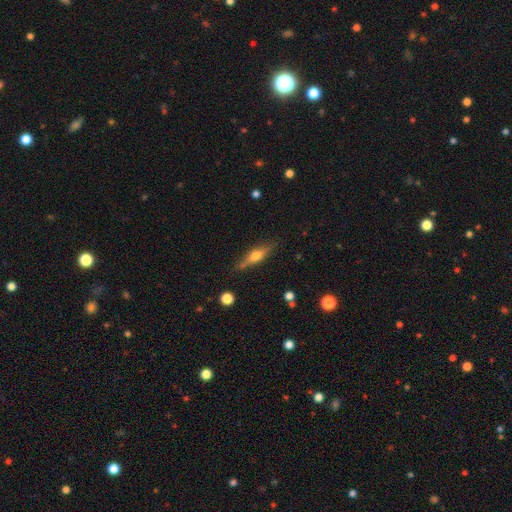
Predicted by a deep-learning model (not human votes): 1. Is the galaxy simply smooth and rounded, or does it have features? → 58% featured or disk, 35% smooth, 7% star or artifact.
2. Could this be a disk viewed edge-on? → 94% yes, 6% no.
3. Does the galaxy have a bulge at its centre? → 91% rounded, 6% boxy, 3% none.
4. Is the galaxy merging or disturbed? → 81% none, 13% minor disturbance, 3% major disturbance, 3% merger.